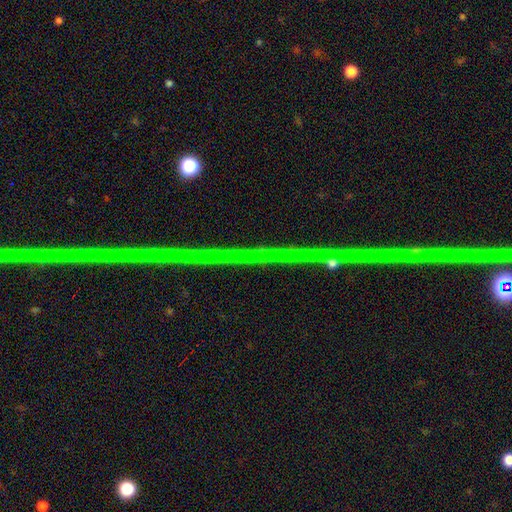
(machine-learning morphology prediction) Smooth or featured? Predicted: star or artifact (p=0.77).